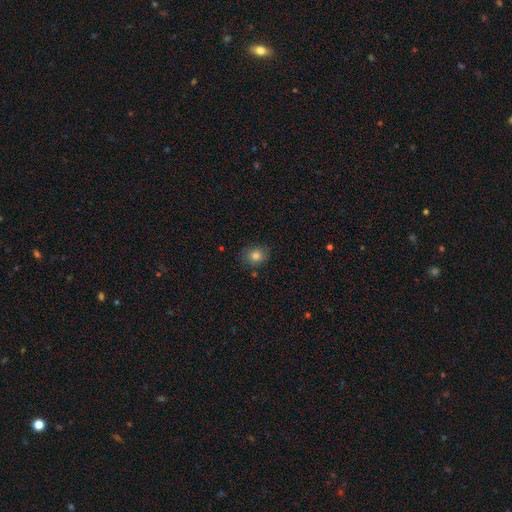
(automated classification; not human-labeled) Smooth or featured? Predicted: smooth (p=0.81). How rounded? Predicted: round (p=0.64). Merging? Predicted: none (p=0.80).